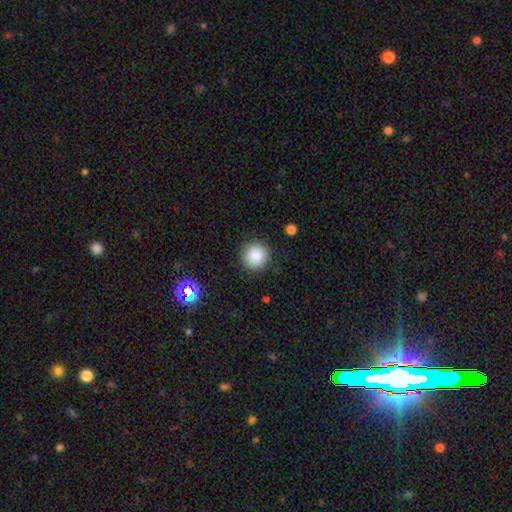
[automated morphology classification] A smooth galaxy with no disk features (86%) that is round (93%).

Vote fractions:
- Smooth or featured? smooth: 86% / star or artifact: 10% / featured or disk: 5%
- How rounded? round: 93% / in between: 6% / cigar-shaped: 1%
- Merging? none: 89% / minor disturbance: 7% / major disturbance: 2% / merger: 1%